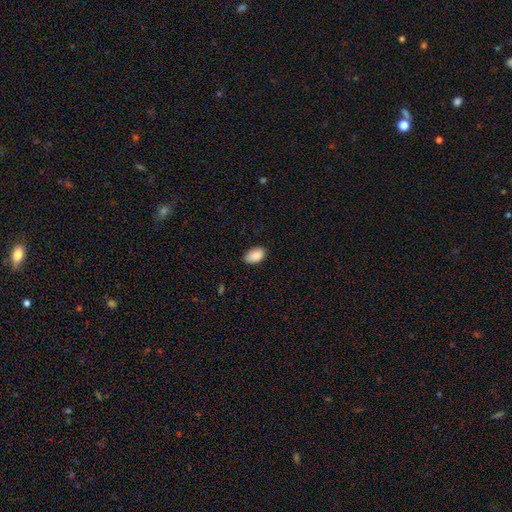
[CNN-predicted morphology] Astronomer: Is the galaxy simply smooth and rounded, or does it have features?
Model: smooth — 90%.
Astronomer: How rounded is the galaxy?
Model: in between — 93%.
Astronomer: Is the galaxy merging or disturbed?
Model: none — 83%.